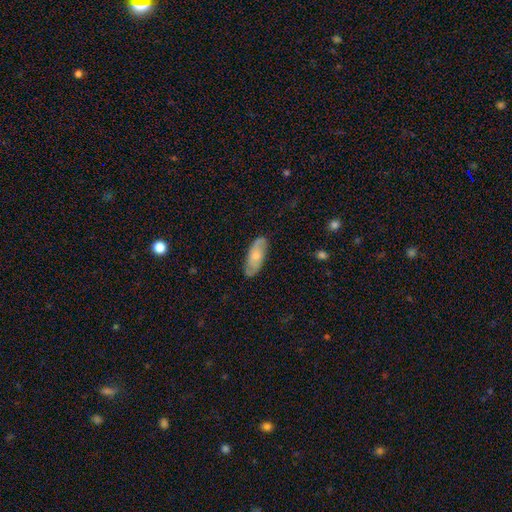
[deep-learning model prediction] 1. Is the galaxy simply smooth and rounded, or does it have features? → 55% smooth, 39% featured or disk, 6% star or artifact.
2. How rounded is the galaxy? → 76% in between, 21% cigar-shaped, 2% round.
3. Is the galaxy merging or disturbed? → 79% none, 17% minor disturbance, 3% major disturbance, 1% merger.